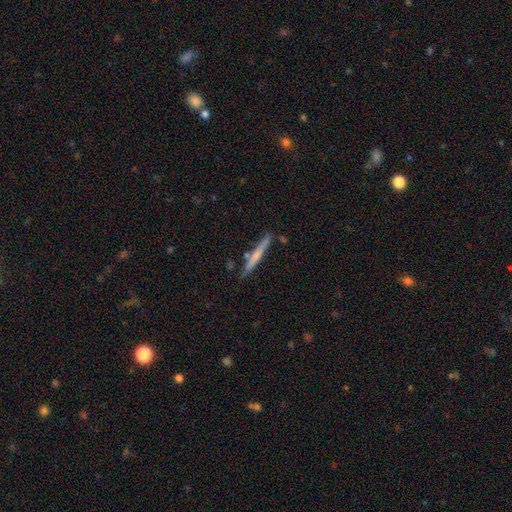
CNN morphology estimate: Overall: featured or disk (49%; smooth 45%). Merging: none (81%).